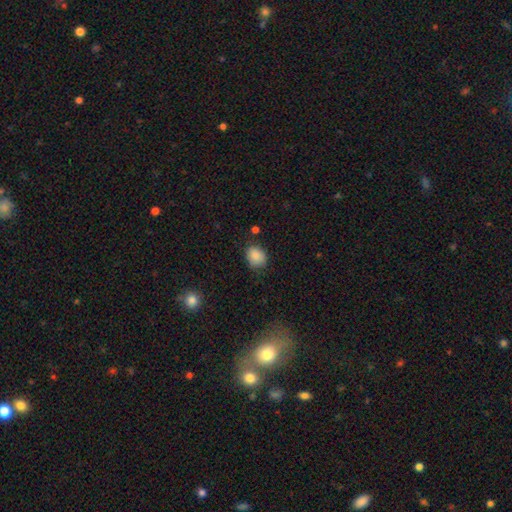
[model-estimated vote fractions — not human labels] Q: Smooth or featured?
A: smooth (87%); runner-up: star or artifact (9%)
Q: How rounded?
A: in between (50%); runner-up: round (49%)
Q: Merging?
A: none (72%); runner-up: minor disturbance (21%)